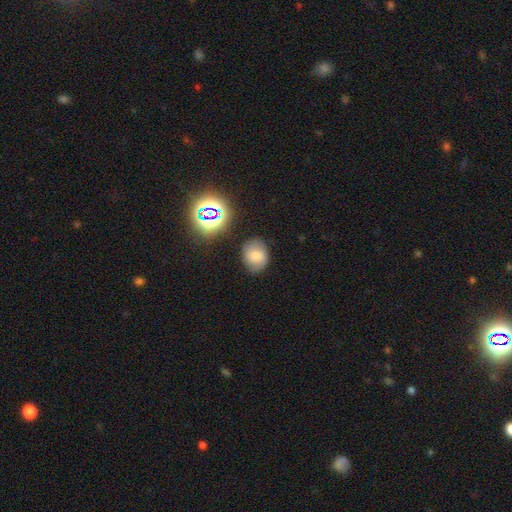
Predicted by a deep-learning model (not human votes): smooth_or_featured: smooth (p=0.72) [alt: star or artifact p=0.15]
how_rounded: round (p=0.53) [alt: in between p=0.46]
merging: none (p=0.74) [alt: minor disturbance p=0.19]